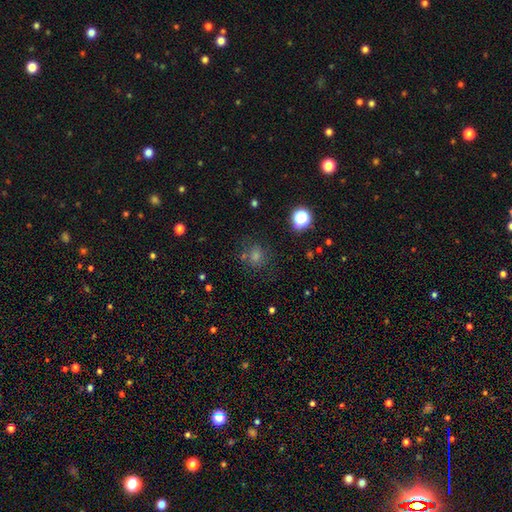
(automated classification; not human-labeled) smooth-or-featured: smooth: 56% | star or artifact: 35% | featured or disk: 9%
  how-rounded: round: 83% | in between: 16% | cigar-shaped: 1%
  merging: none: 76% | minor disturbance: 12% | merger: 6% | major disturbance: 5%